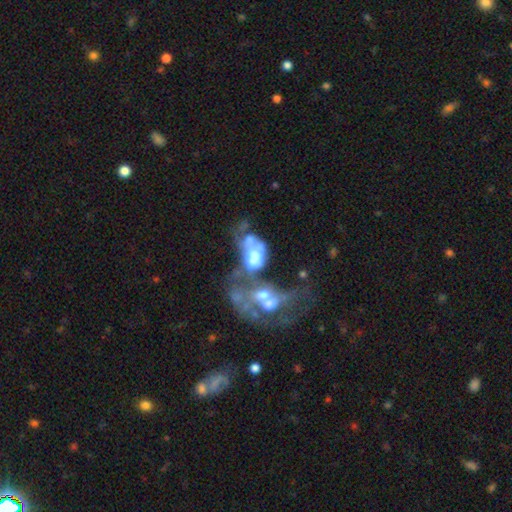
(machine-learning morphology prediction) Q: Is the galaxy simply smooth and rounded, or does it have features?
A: featured or disk — 58%.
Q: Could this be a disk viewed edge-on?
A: no — 97%.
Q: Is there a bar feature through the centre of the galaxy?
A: no — 87%.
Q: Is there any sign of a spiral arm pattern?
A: no — 89%.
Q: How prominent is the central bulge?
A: none — 33%.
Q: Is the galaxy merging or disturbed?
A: merger — 61%.